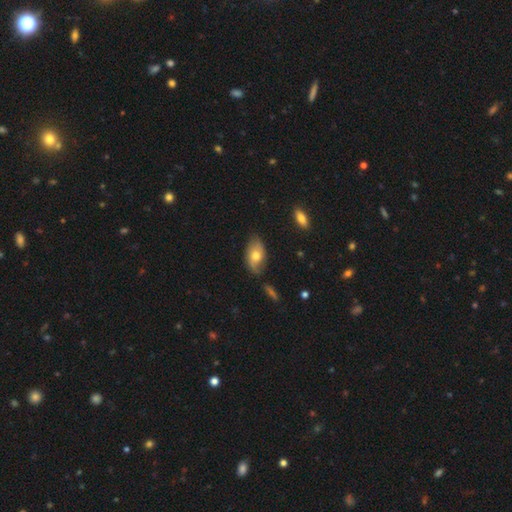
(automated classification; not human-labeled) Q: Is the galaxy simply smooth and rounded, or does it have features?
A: smooth — 59%.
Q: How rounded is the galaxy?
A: in between — 91%.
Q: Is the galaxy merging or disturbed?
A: none — 64%.